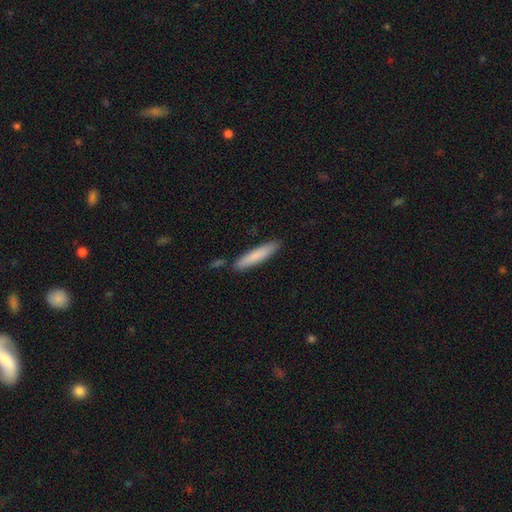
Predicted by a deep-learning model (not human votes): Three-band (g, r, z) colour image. It shows a smooth galaxy with no disk features (81%) that is cigar-shaped (88%). Merging: none (84%).